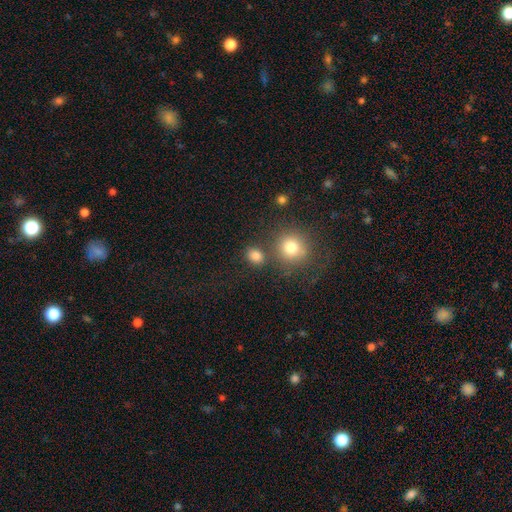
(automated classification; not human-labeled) smooth_or_featured: smooth (p=0.81) [alt: star or artifact p=0.13]
how_rounded: round (p=0.53) [alt: in between p=0.46]
merging: none (p=0.76) [alt: merger p=0.10]